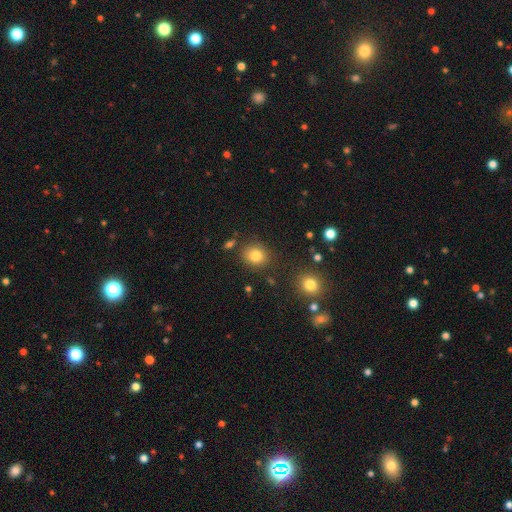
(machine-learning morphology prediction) Smooth or featured? smooth (82%)
How rounded? round (77%)
Merging? none (84%)